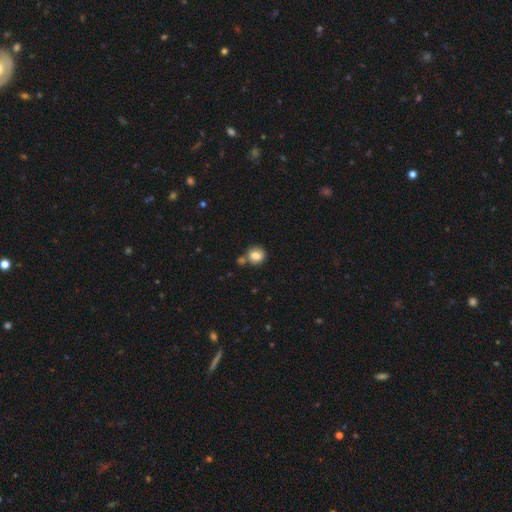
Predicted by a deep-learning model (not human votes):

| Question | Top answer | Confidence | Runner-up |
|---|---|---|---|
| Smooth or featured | smooth | 82% | featured or disk (9%) |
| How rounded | round | 73% | in between (26%) |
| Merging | none | 60% | merger (22%) |